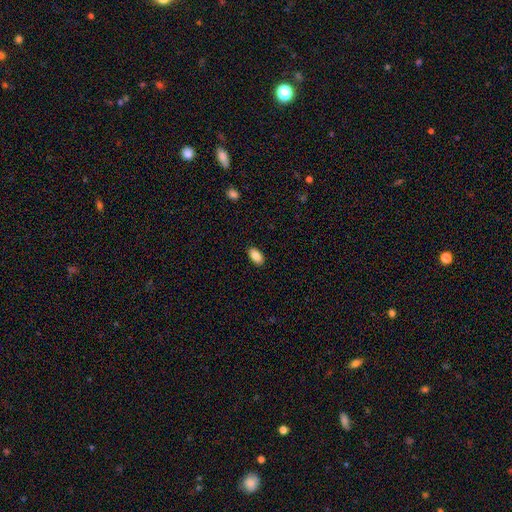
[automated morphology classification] smooth-or-featured: smooth: 86% | star or artifact: 7% | featured or disk: 7%
  how-rounded: in between: 94% | round: 4% | cigar-shaped: 2%
  merging: none: 90% | minor disturbance: 7% | major disturbance: 2% | merger: 1%